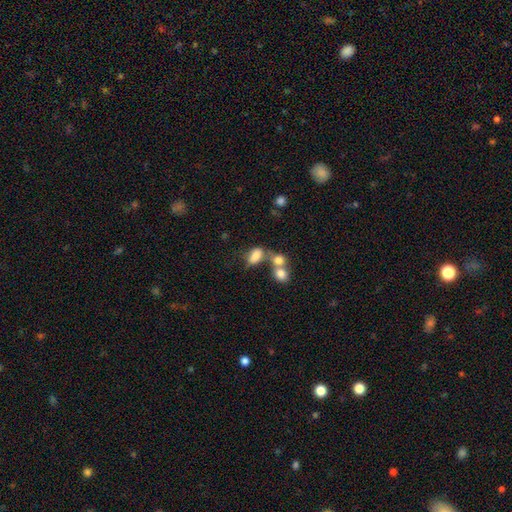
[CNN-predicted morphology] Smooth or featured?
  - smooth: 78% *
  - featured or disk: 11%
  - star or artifact: 11%
How rounded?
  - in between: 83% *
  - round: 13%
  - cigar-shaped: 3%
Merging?
  - merger: 50% *
  - none: 28%
  - minor disturbance: 13%
  - major disturbance: 10%